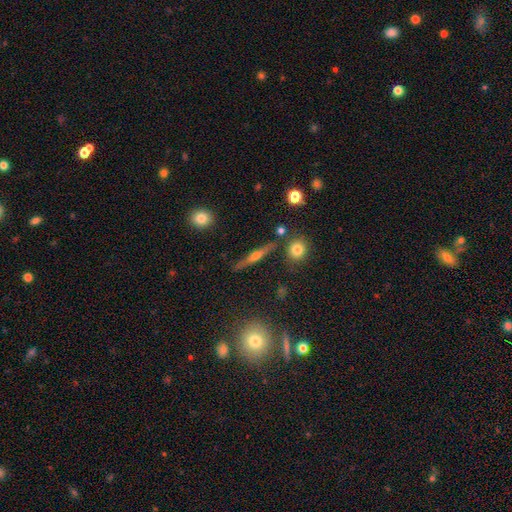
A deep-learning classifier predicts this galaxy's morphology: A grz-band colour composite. It shows a featured or disk galaxy (64%) viewed edge-on (94%) with a rounded central bulge (89%). Merging: none (84%).